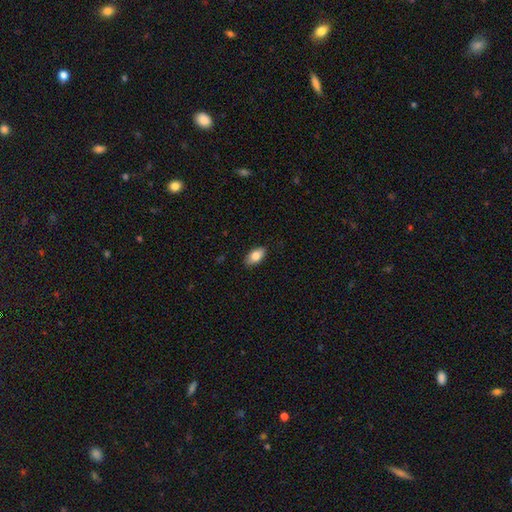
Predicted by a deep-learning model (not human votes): smooth-or-featured: smooth: 81% | featured or disk: 12% | star or artifact: 7%
  how-rounded: in between: 91% | cigar-shaped: 5% | round: 4%
  merging: none: 87% | minor disturbance: 10% | major disturbance: 2% | merger: 1%